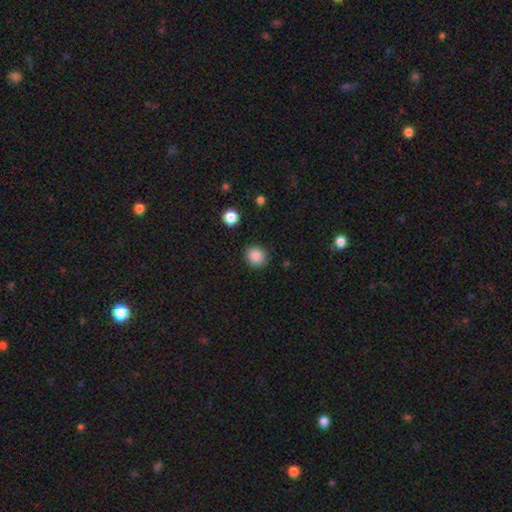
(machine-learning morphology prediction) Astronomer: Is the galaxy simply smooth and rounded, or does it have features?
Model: smooth — 88%.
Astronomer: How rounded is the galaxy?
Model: round — 83%.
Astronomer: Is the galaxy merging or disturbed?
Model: none — 89%.